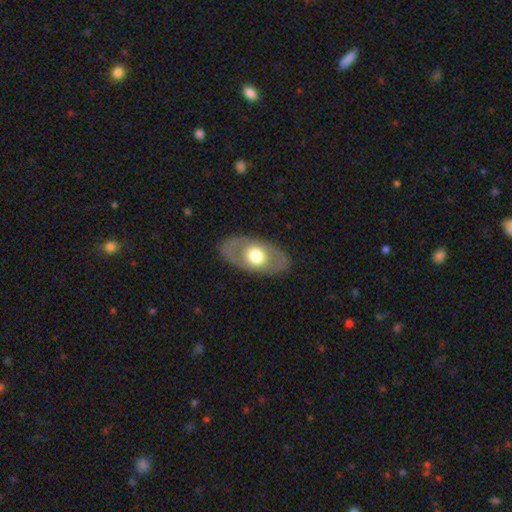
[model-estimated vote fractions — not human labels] This appears to be a featured or disk galaxy (50%). Merging: none (84%).